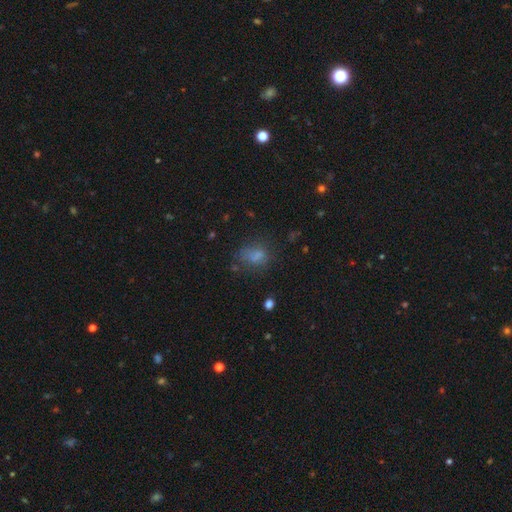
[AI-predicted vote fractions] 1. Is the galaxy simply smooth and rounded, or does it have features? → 68% smooth, 16% star or artifact, 15% featured or disk.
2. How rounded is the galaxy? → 64% in between, 34% round, 3% cigar-shaped.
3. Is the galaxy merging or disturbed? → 53% none, 23% minor disturbance, 17% major disturbance, 7% merger.